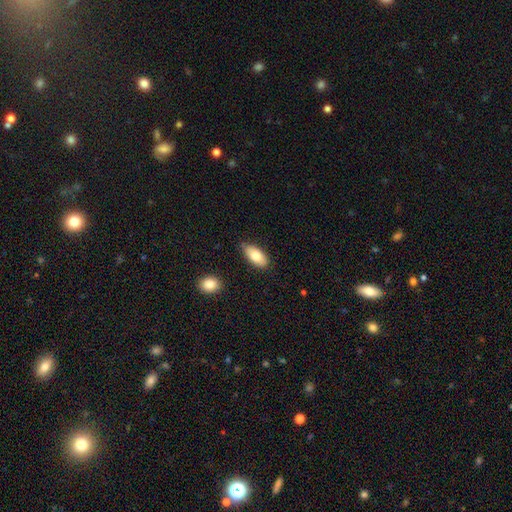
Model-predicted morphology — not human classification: Smooth or featured?
  - smooth: 79% *
  - featured or disk: 15%
  - star or artifact: 7%
How rounded?
  - in between: 91% *
  - cigar-shaped: 6%
  - round: 3%
Merging?
  - none: 81% *
  - minor disturbance: 15%
  - major disturbance: 2%
  - merger: 2%